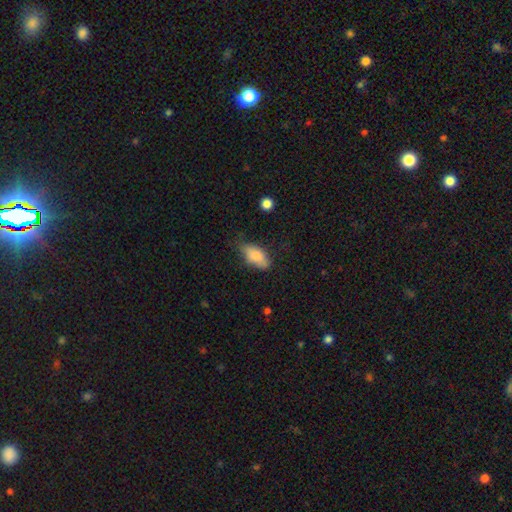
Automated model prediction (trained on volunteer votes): Q: Smooth or featured?
A: smooth (79%); runner-up: featured or disk (14%)
Q: How rounded?
A: in between (89%); runner-up: cigar-shaped (8%)
Q: Merging?
A: none (62%); runner-up: minor disturbance (29%)